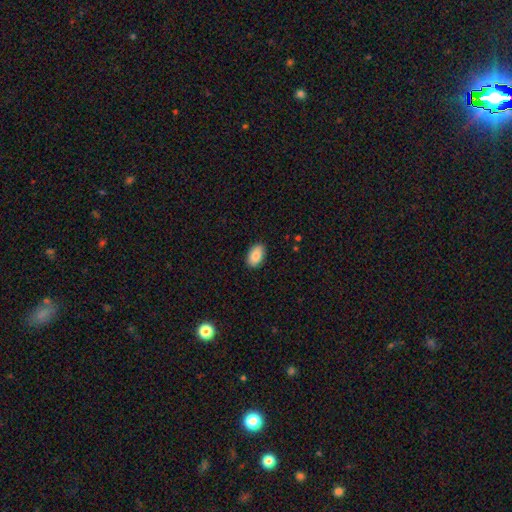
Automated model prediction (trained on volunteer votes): A smooth galaxy with no disk features (88%) that is in between round and cigar-shaped (93%).

Vote fractions:
- Smooth or featured? smooth: 88% / star or artifact: 7% / featured or disk: 5%
- How rounded? in between: 93% / round: 5% / cigar-shaped: 1%
- Merging? none: 88% / minor disturbance: 9% / major disturbance: 2% / merger: 1%